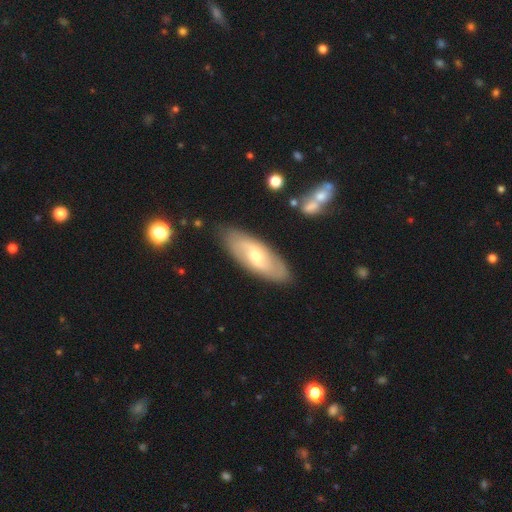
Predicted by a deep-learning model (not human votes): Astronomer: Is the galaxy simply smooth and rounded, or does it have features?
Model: featured or disk — 58% (runner-up: smooth, 37%).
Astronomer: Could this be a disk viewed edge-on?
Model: no — 83%.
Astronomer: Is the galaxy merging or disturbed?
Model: none — 84%.